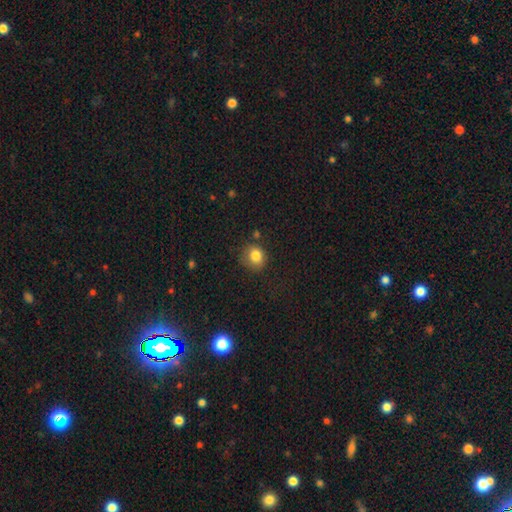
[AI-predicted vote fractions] smooth-or-featured: smooth: 82% | star or artifact: 11% | featured or disk: 7%
  how-rounded: round: 73% | in between: 26% | cigar-shaped: 1%
  merging: none: 69% | minor disturbance: 21% | major disturbance: 6% | merger: 4%